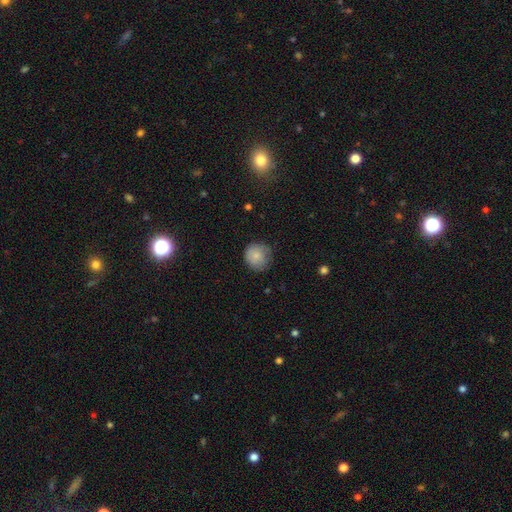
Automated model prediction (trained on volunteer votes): Smooth or featured? smooth (80%)
How rounded? round (89%)
Merging? none (70%)